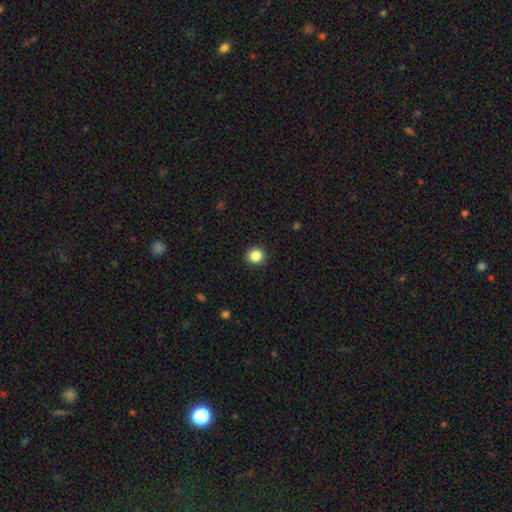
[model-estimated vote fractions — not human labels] This appears to be a smooth galaxy with no disk features (86%) that is round (90%). Merging: none (92%).